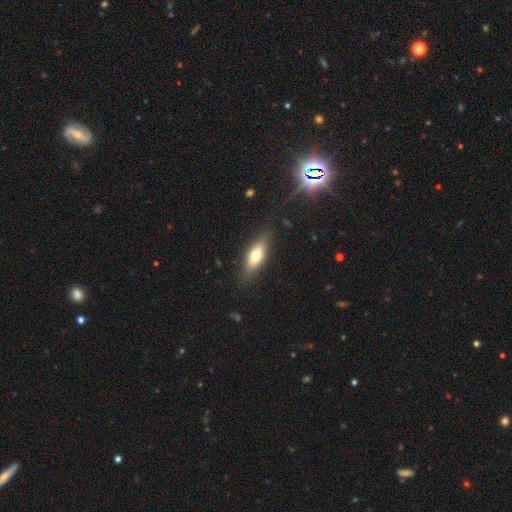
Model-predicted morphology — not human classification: This is likely a smooth galaxy (70%). How rounded: likely in between (70%). Merging: clearly none (81%).